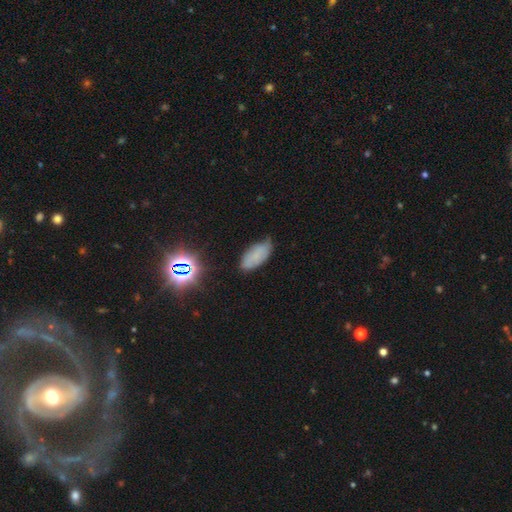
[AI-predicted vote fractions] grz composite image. It shows a smooth galaxy with no disk features (65%) that is in between round and cigar-shaped (90%). Merging: none (67%).